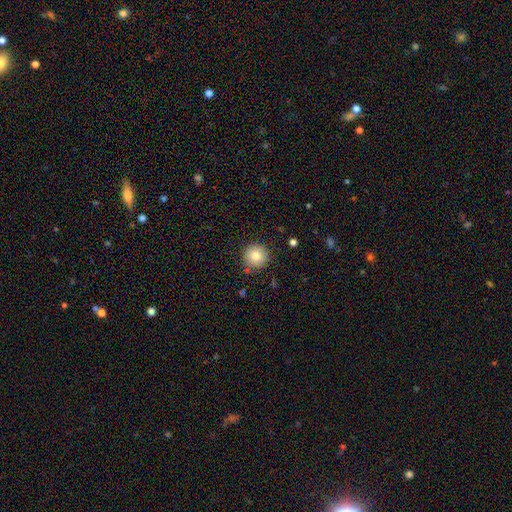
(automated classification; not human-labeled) Overall: smooth (82%). How rounded: round (95%). Merging: none (87%).